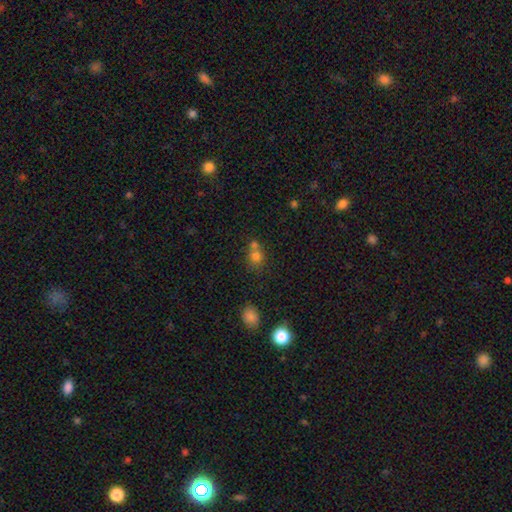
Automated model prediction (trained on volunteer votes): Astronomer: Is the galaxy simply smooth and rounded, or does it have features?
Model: smooth — 73%.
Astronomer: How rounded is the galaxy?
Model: round — 78%.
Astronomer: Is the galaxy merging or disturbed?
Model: none — 45% (runner-up: merger, 43%).